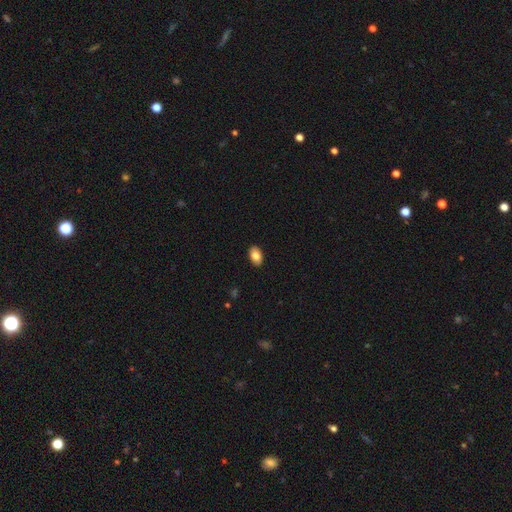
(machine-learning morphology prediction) Q: Smooth or featured?
A: smooth (85%); runner-up: featured or disk (8%)
Q: How rounded?
A: in between (91%); runner-up: round (7%)
Q: Merging?
A: none (90%); runner-up: minor disturbance (7%)